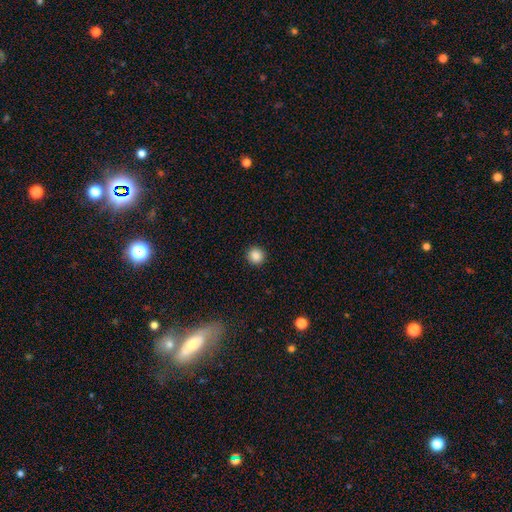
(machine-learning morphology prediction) type=smooth (87%); roundness=round (93%); merging=none (92%).